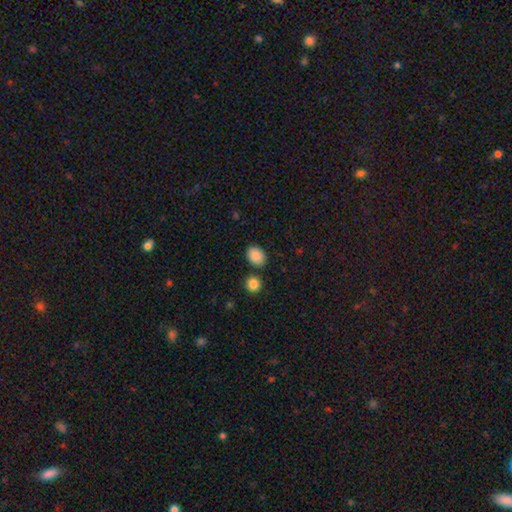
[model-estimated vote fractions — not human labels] The model was most divided on "how rounded": in between: 67%, round: 32%, cigar-shaped: 1%. More confident: smooth or featured — smooth (88%); merging — none (79%).